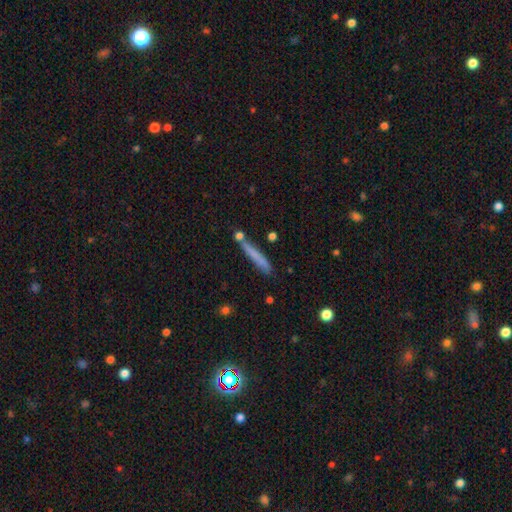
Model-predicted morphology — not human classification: A smooth galaxy with no disk features (68%) that is cigar-shaped (95%).

Vote fractions:
- Smooth or featured? smooth: 68% / featured or disk: 24% / star or artifact: 8%
- How rounded? cigar-shaped: 95% / in between: 4% / round: 2%
- Merging? none: 76% / minor disturbance: 13% / merger: 8% / major disturbance: 3%